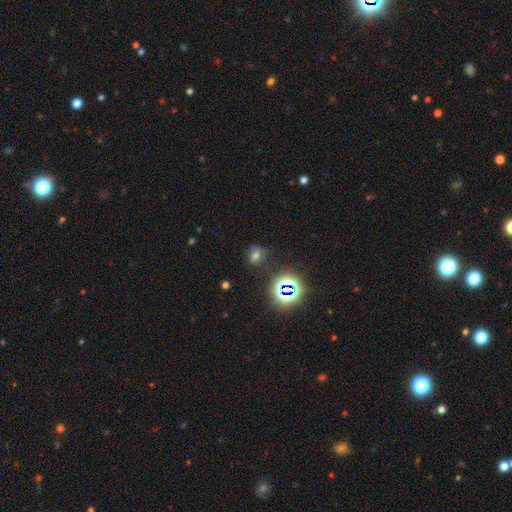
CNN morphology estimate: The model was most divided on "how rounded": round: 50%, in between: 48%, cigar-shaped: 2%. More confident: merging — none (68%); smooth or featured — smooth (51%).